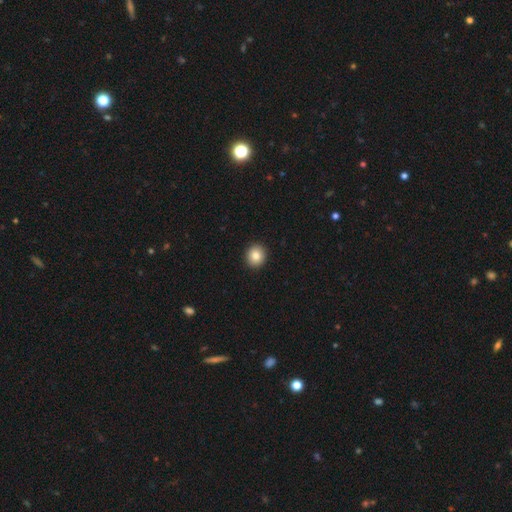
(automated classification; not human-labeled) smooth_or_featured: smooth (p=0.83) [alt: star or artifact p=0.09]
how_rounded: round (p=0.87) [alt: in between p=0.12]
merging: none (p=0.93) [alt: minor disturbance p=0.05]